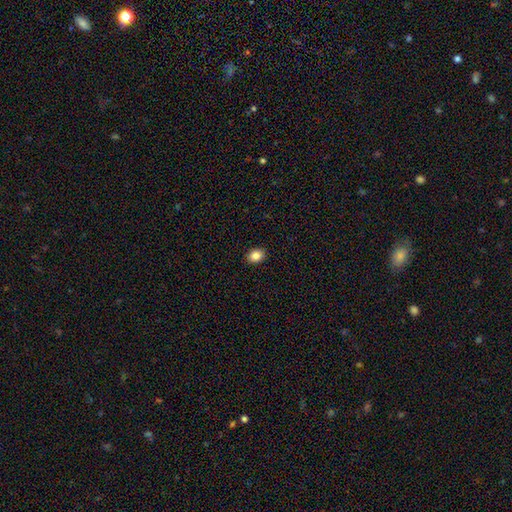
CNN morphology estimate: The model was most divided on "how rounded": in between: 58%, round: 41%, cigar-shaped: 1%. More confident: merging — none (91%); smooth or featured — smooth (85%).